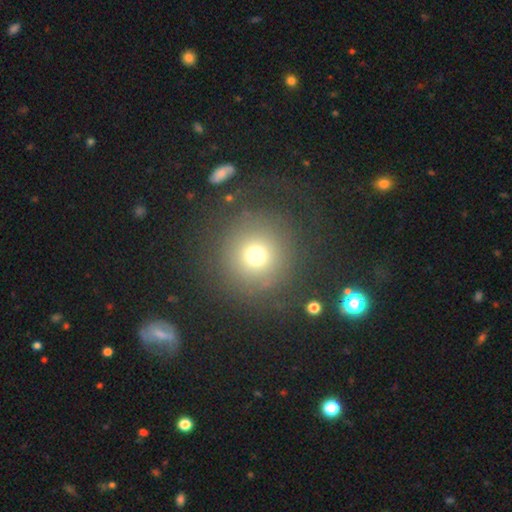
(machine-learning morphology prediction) This appears to be a smooth galaxy with no disk features (71%) that is round (94%). Merging: none (80%).